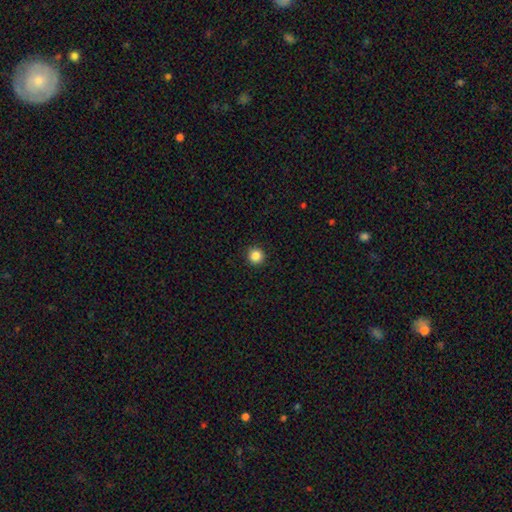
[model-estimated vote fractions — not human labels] A smooth galaxy with no disk features (86%) that is round (95%). Merging: none (93%).